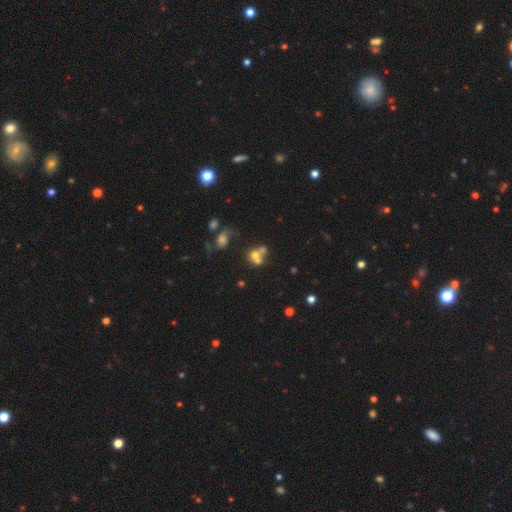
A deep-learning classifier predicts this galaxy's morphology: A smooth galaxy with no disk features (56%) that is round (67%). Merging: merger (59%).